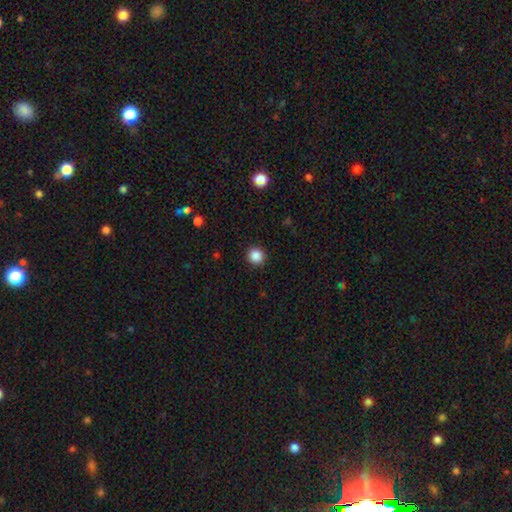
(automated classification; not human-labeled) The model was most divided on "smooth or featured": smooth: 87%, star or artifact: 10%, featured or disk: 3%. More confident: how rounded — round (93%); merging — none (91%).